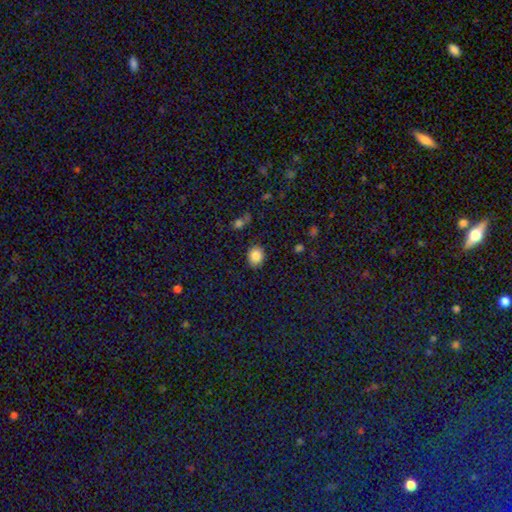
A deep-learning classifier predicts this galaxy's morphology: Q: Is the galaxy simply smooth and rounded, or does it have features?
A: smooth — 86%.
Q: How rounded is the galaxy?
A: round — 67%.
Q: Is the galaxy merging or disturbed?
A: none — 84%.